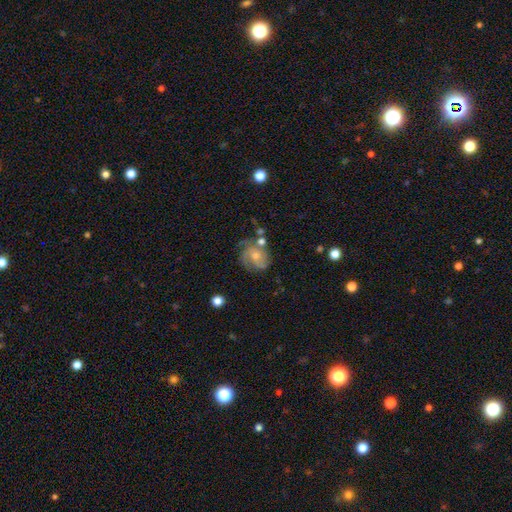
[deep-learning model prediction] Smooth or featured? Predicted: featured or disk (p=0.66). Edge-on disk? Predicted: no (p=0.98). Bar? Predicted: no (p=0.74). Spiral arms? Predicted: yes (p=0.87). Spiral winding? Predicted: medium (p=0.42). Spiral arm count? Predicted: 3 (p=0.36). Bulge size? Predicted: moderate (p=0.50). Merging? Predicted: none (p=0.55).